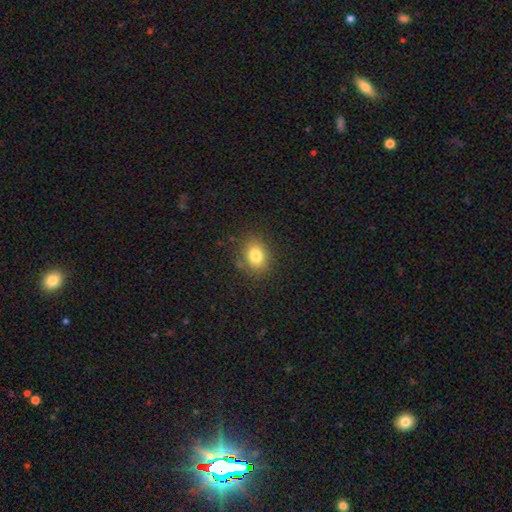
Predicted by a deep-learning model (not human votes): Smooth or featured? Predicted: smooth (p=0.80). How rounded? Predicted: round (p=0.56). Merging? Predicted: none (p=0.83).